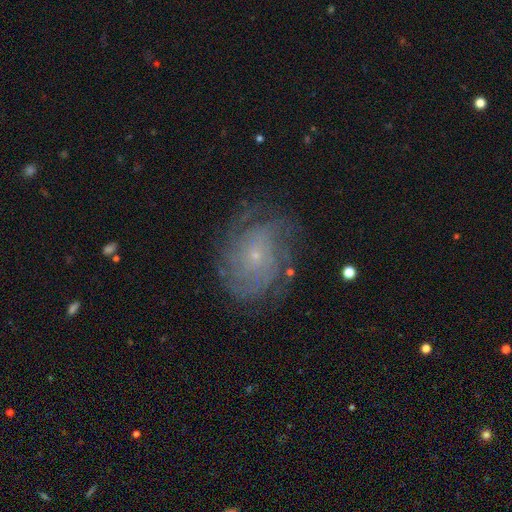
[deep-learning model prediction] smooth_or_featured: featured or disk (p=0.76) [alt: smooth p=0.14]
disk_edge_on: no (p=0.97) [alt: yes p=0.03]
bar: no (p=0.79) [alt: weak p=0.18]
has_spiral_arms: yes (p=0.91) [alt: no p=0.09]
spiral_winding: tight (p=0.61) [alt: medium p=0.28]
spiral_arm_count: can't tell (p=0.41) [alt: 4 p=0.17]
bulge_size: small (p=0.83) [alt: moderate p=0.12]
merging: none (p=0.73) [alt: minor disturbance p=0.17]